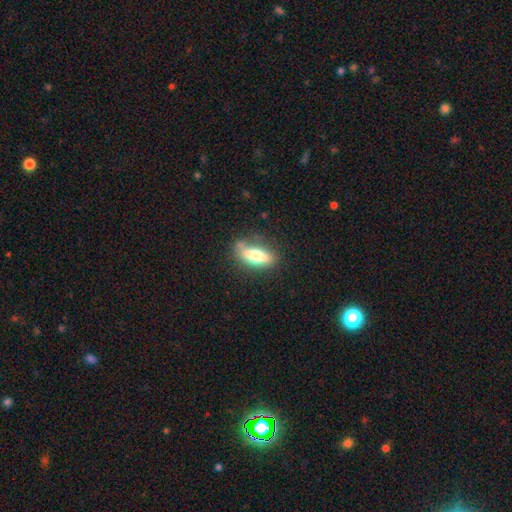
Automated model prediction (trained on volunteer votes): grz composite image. It shows a smooth galaxy with no disk features (65%) that is in between round and cigar-shaped (64%). Merging: none (73%).